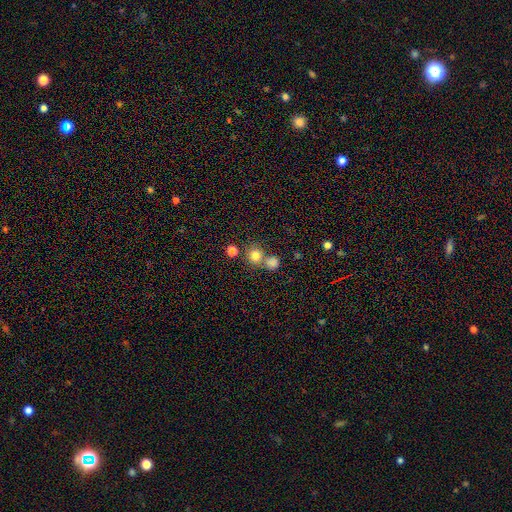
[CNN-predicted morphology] type=smooth (78%); roundness=round (87%); merging=none (59%).